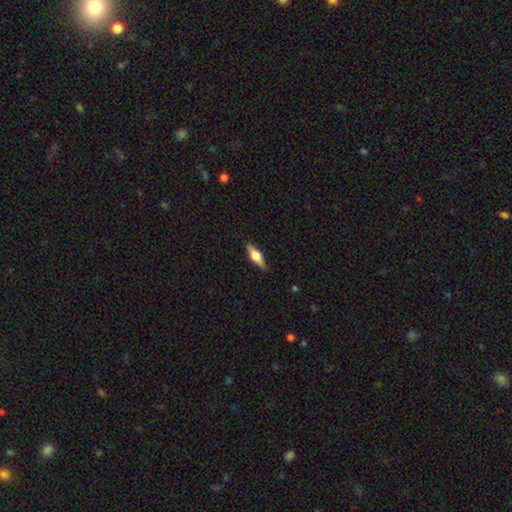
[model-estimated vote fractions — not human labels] The model was most divided on "smooth or featured": featured or disk: 50%, smooth: 43%, star or artifact: 7%. More confident: edge-on disk — yes (93%); merging — none (85%).